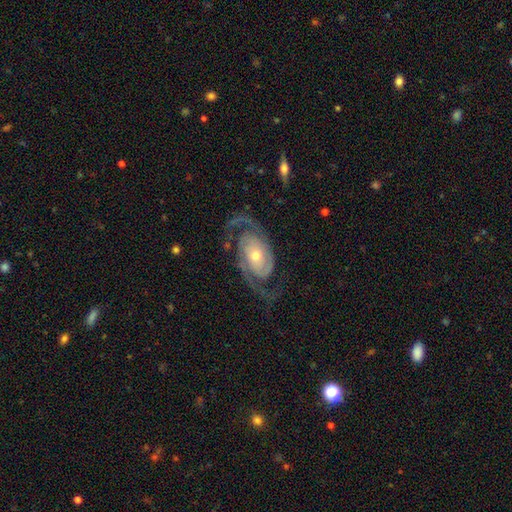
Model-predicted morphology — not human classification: Smooth or featured: featured or disk — 90% (smooth — 5%)
Edge-on disk: no — 97% (yes — 3%)
Bar: no — 68% (weak — 23%)
Spiral arms: yes — 97% (no — 3%)
Spiral winding: medium — 47% (tight — 32%)
Spiral arm count: 2 — 92% (can't tell — 3%)
Bulge size: moderate — 53% (small — 41%)
Merging: none — 74% (minor disturbance — 13%)